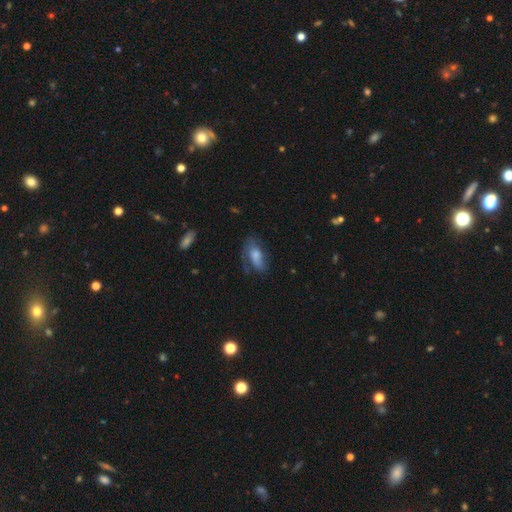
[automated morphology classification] Overall: smooth (59%; featured or disk 32%). How rounded: in between (88%). Merging: none (44%; minor disturbance 29%).